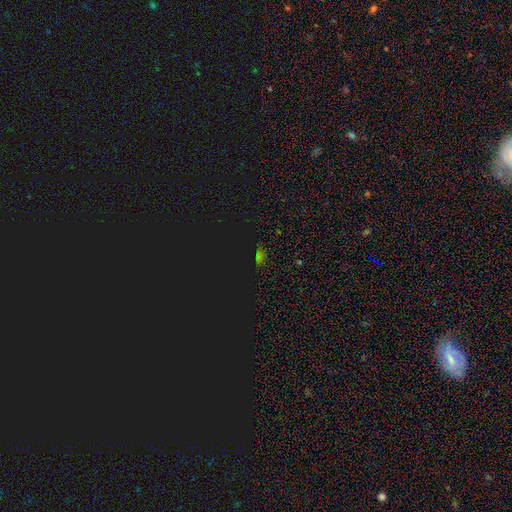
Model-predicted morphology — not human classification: A star or artifact, not a galaxy (67%).